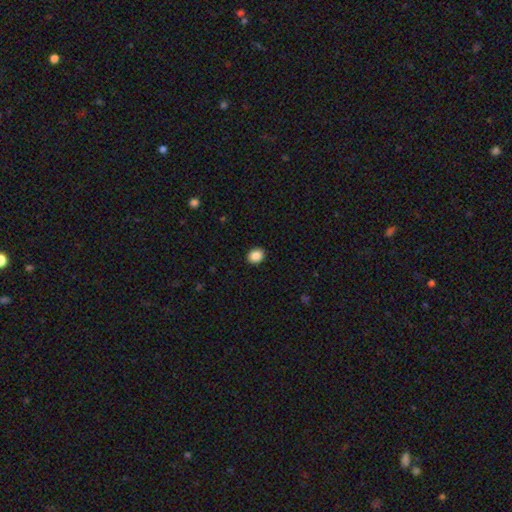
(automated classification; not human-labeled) This appears to be a smooth galaxy with no disk features (88%) that is round (59%). Merging: none (92%).